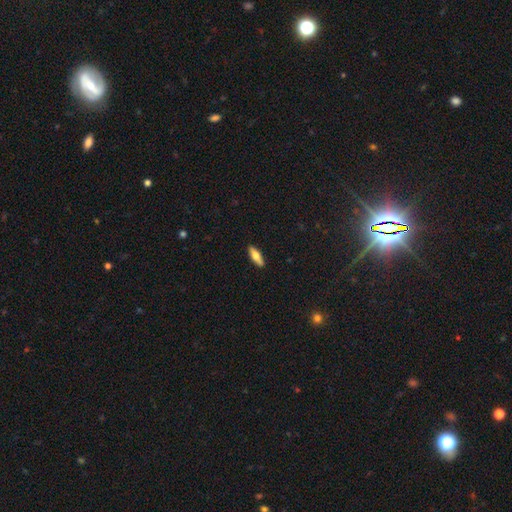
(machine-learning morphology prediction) Overall: smooth (65%; featured or disk 29%). How rounded: in between (54%; cigar-shaped 43%). Merging: none (89%).